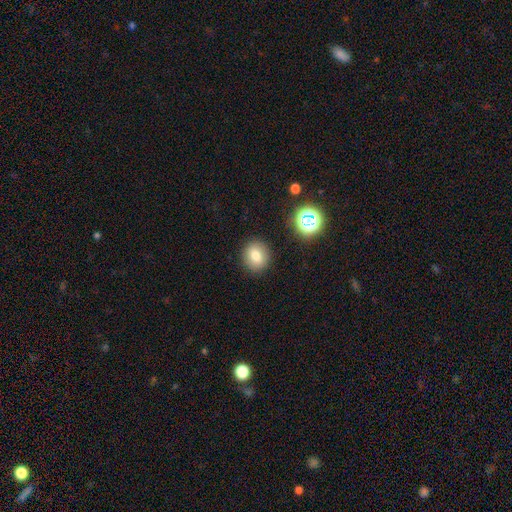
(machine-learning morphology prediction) A smooth galaxy with no disk features (78%) that is round (77%). Merging: none (89%).